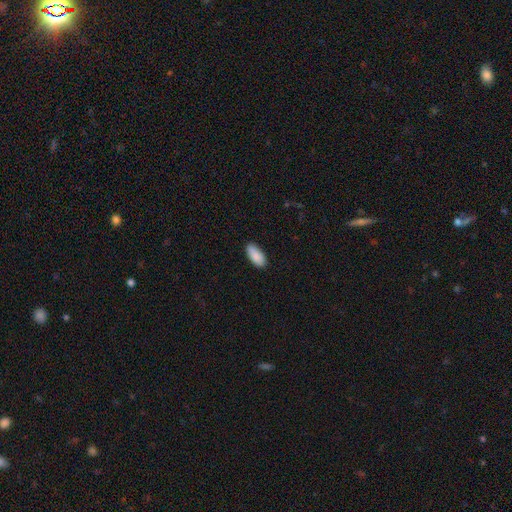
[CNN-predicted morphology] A smooth galaxy with no disk features (90%) that is in between round and cigar-shaped (90%).

Vote fractions:
- Smooth or featured? smooth: 90% / star or artifact: 6% / featured or disk: 4%
- How rounded? in between: 90% / cigar-shaped: 8% / round: 2%
- Merging? none: 85% / minor disturbance: 12% / major disturbance: 2% / merger: 1%